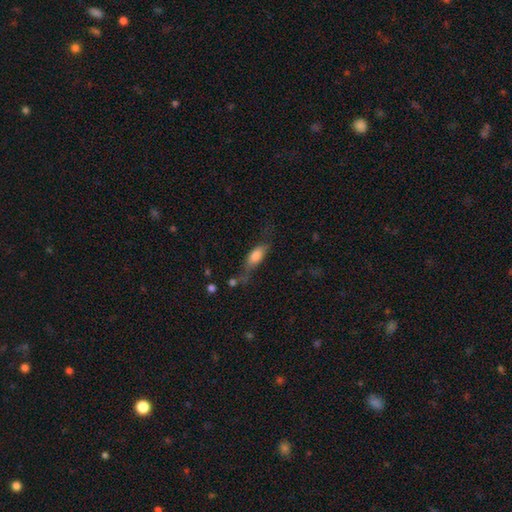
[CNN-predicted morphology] This is likely a smooth galaxy (73%). How rounded: likely in between (71%). Merging: possibly none (48%).